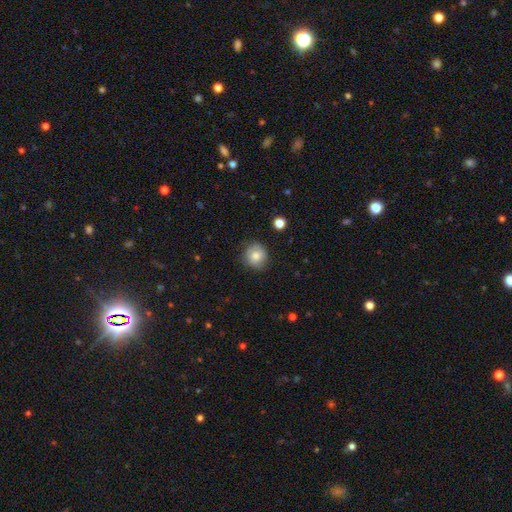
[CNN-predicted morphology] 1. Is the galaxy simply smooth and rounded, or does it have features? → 81% smooth, 10% featured or disk, 9% star or artifact.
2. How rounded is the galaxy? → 89% round, 10% in between, 1% cigar-shaped.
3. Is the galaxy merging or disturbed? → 84% none, 12% minor disturbance, 3% major disturbance, 1% merger.